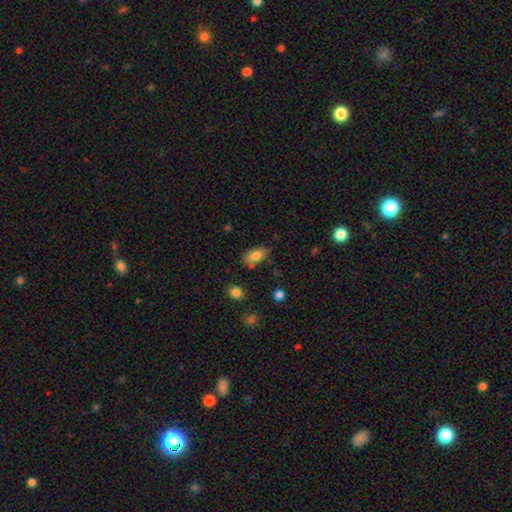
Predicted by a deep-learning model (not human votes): The model was most divided on "merging": none: 73%, minor disturbance: 18%, merger: 5%, major disturbance: 4%. More confident: how rounded — in between (90%); smooth or featured — smooth (81%).